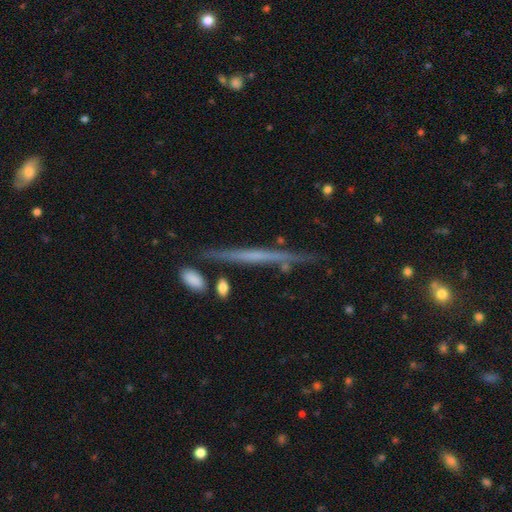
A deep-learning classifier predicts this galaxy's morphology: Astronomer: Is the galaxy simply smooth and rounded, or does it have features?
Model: featured or disk — 62%.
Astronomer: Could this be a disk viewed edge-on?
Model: yes — 96%.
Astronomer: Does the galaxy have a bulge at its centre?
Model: none — 82%.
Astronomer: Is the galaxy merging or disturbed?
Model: none — 81%.